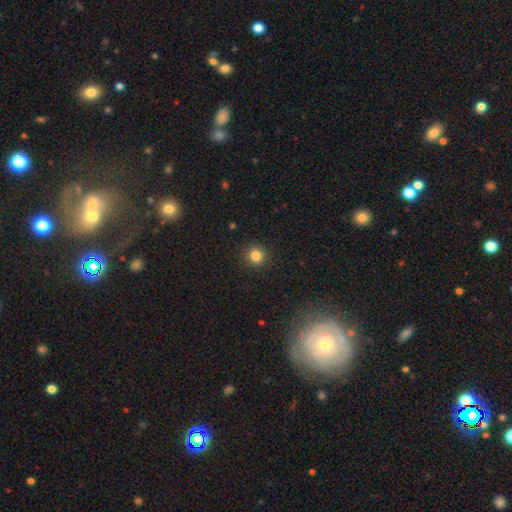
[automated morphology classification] Smooth or featured: smooth — 83% (star or artifact — 12%)
How rounded: round — 93% (in between — 6%)
Merging: none — 92% (minor disturbance — 5%)